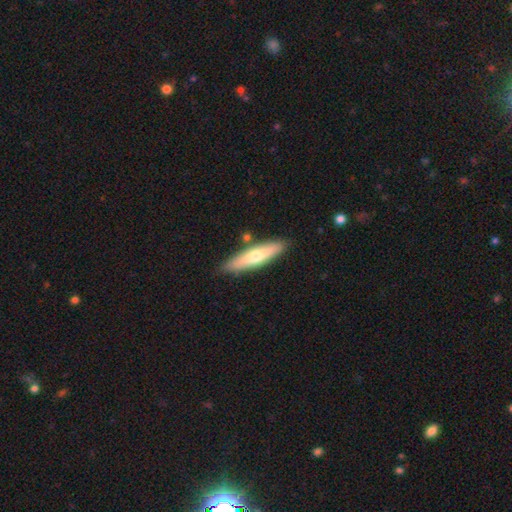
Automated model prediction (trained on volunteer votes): Morphology: type=smooth (55%); roundness=cigar-shaped (78%); merging=none (83%).